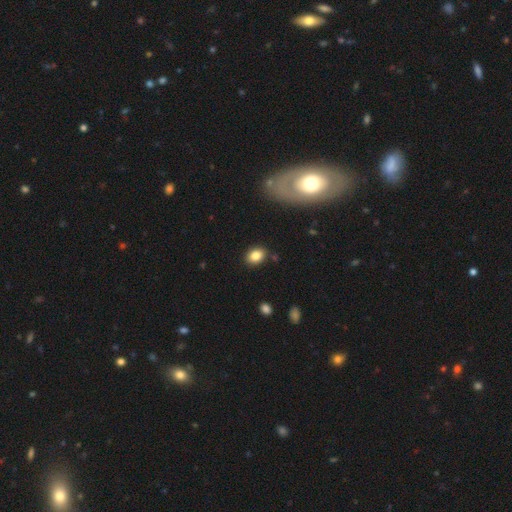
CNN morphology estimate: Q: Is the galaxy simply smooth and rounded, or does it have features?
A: smooth — 84%.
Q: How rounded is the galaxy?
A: in between — 69%.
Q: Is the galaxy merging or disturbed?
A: none — 85%.